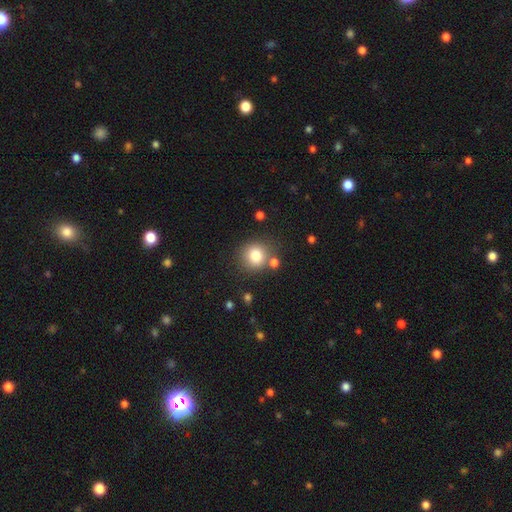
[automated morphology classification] A smooth galaxy with no disk features (81%) that is round (85%). Merging: none (74%).